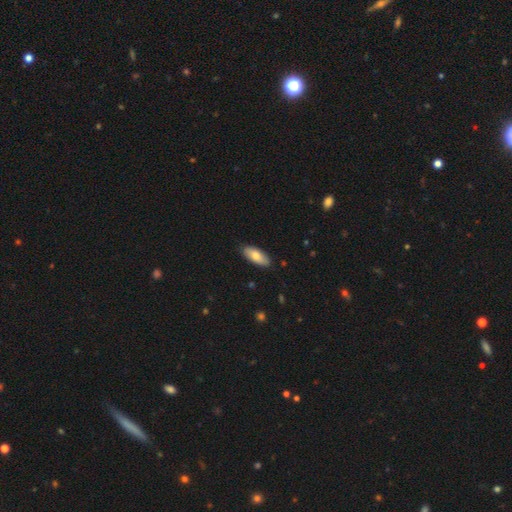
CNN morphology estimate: Q: Smooth or featured?
A: smooth (78%); runner-up: featured or disk (16%)
Q: How rounded?
A: in between (83%); runner-up: cigar-shaped (15%)
Q: Merging?
A: none (87%); runner-up: minor disturbance (11%)